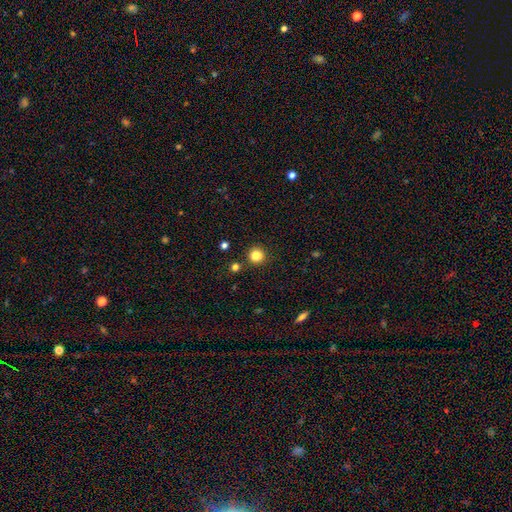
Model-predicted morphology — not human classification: Overall: smooth (83%). How rounded: round (94%). Merging: none (88%).